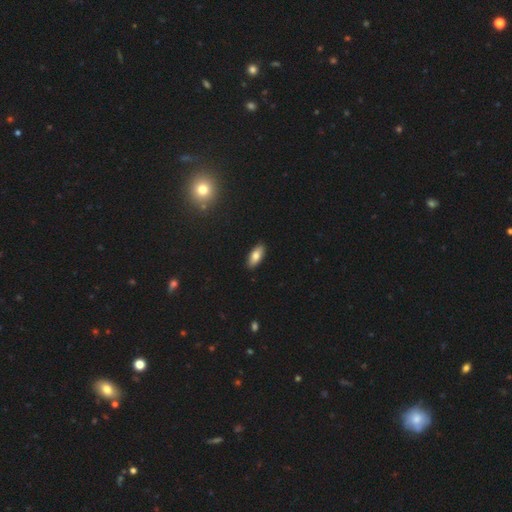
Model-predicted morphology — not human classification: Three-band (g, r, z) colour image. It shows a smooth galaxy with no disk features (78%) that is in between round and cigar-shaped (84%). Merging: none (90%).